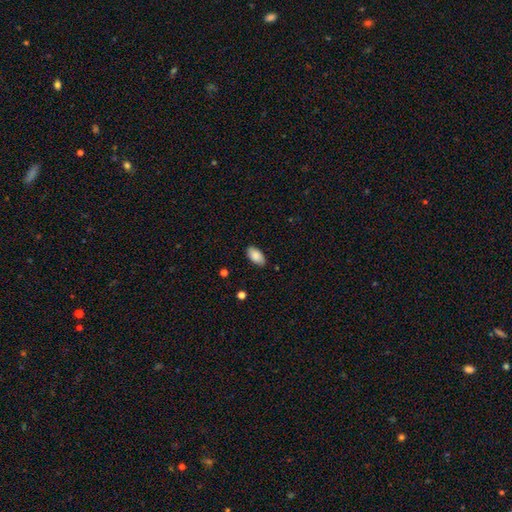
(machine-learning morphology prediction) Smooth or featured? Predicted: smooth (p=0.87). How rounded? Predicted: in between (p=0.94). Merging? Predicted: none (p=0.86).